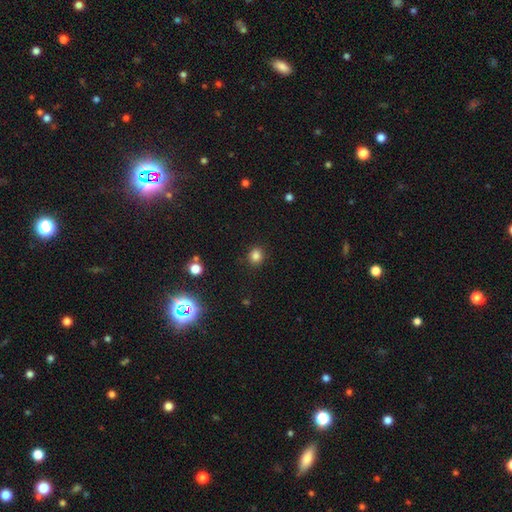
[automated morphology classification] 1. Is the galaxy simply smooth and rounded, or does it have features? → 83% smooth, 13% star or artifact, 4% featured or disk.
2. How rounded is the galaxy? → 80% round, 19% in between, 1% cigar-shaped.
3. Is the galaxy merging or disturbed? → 89% none, 7% minor disturbance, 2% major disturbance, 1% merger.